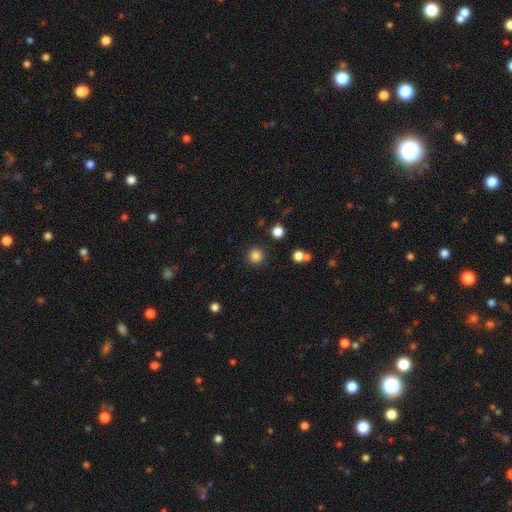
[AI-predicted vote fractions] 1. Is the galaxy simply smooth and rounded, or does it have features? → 84% smooth, 13% star or artifact, 4% featured or disk.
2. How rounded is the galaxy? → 95% round, 4% in between, 1% cigar-shaped.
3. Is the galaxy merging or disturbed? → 90% none, 5% minor disturbance, 2% major disturbance, 2% merger.